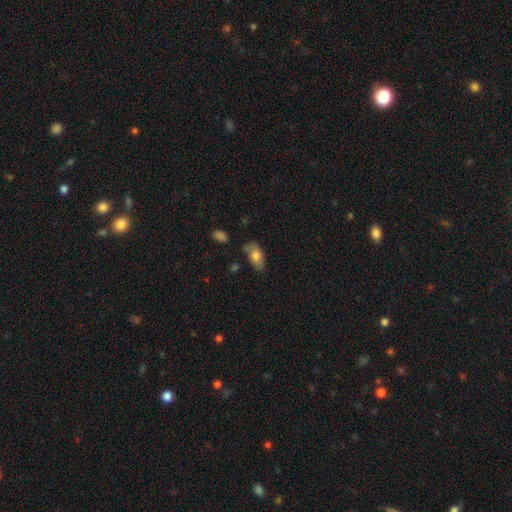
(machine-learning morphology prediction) Smooth or featured? Predicted: smooth (p=0.75). How rounded? Predicted: in between (p=0.91). Merging? Predicted: none (p=0.64).